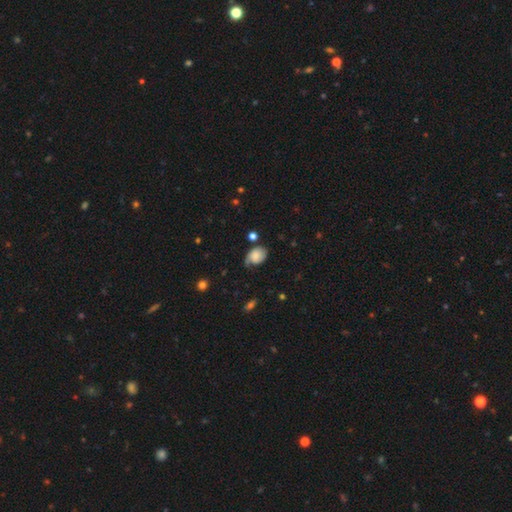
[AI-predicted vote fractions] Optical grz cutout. It shows a smooth galaxy with no disk features (65%) that is in between round and cigar-shaped (67%). Merging: none (45%).